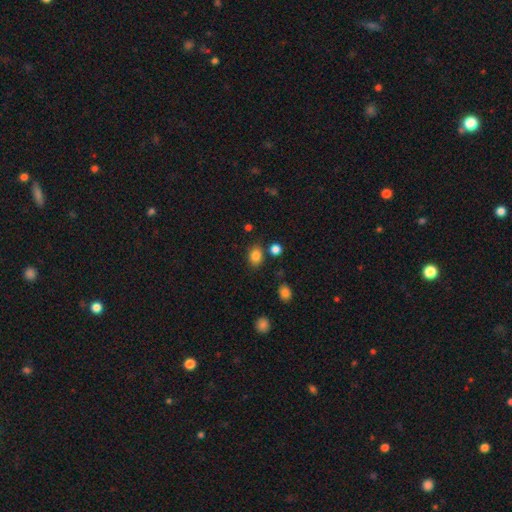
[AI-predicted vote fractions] Morphology: type=smooth (84%); roundness=in between (56%); merging=none (78%).